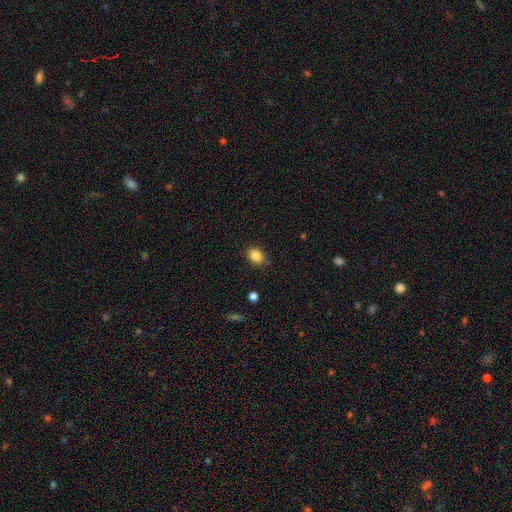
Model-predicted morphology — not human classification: A smooth galaxy with no disk features (86%) that is in between round and cigar-shaped (65%).

Vote fractions:
- Smooth or featured? smooth: 86% / star or artifact: 9% / featured or disk: 4%
- How rounded? in between: 65% / round: 34% / cigar-shaped: 1%
- Merging? none: 82% / minor disturbance: 13% / major disturbance: 3% / merger: 2%